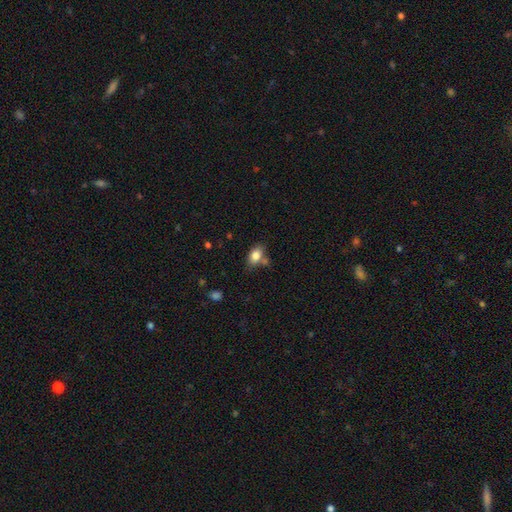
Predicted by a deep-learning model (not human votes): This appears to be a smooth galaxy with no disk features (81%) that is in between round and cigar-shaped (87%). Merging: none (64%).